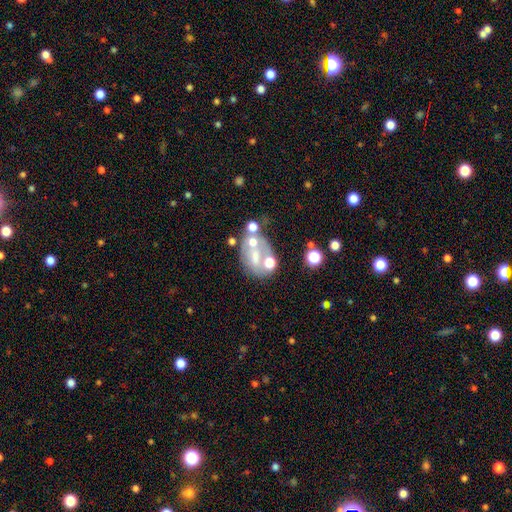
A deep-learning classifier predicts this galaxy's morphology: Overall: featured or disk (49%; smooth 35%). Merging: none (37%; merger 30%).